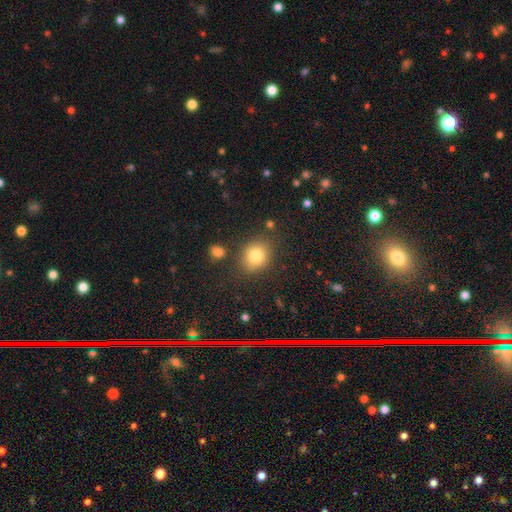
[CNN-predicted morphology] Smooth or featured? smooth (80%)
How rounded? round (68%)
Merging? none (80%)